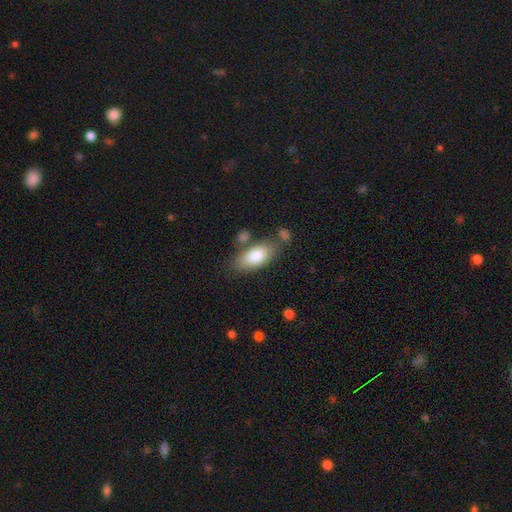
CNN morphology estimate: smooth-or-featured: smooth: 82% | featured or disk: 12% | star or artifact: 6%
  how-rounded: in between: 88% | cigar-shaped: 9% | round: 3%
  merging: none: 66% | minor disturbance: 17% | merger: 11% | major disturbance: 6%